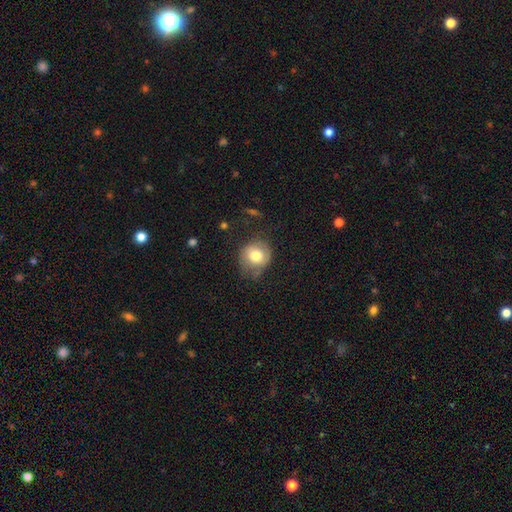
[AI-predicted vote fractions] This is likely a smooth galaxy (75%). How rounded: clearly round (82%). Merging: likely none (62%).